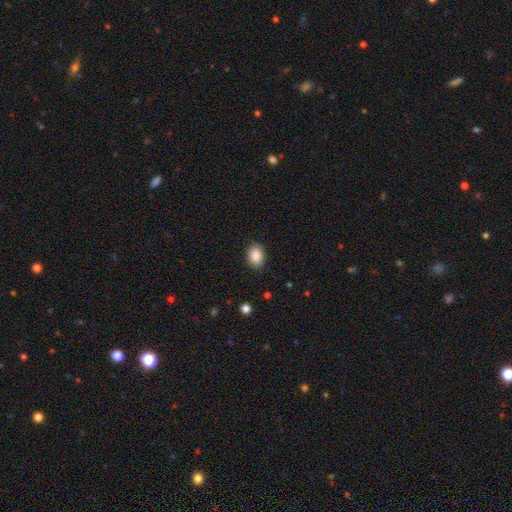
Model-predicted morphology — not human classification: A smooth galaxy with no disk features (88%) that is in between round and cigar-shaped (75%).

Vote fractions:
- Smooth or featured? smooth: 88% / star or artifact: 8% / featured or disk: 4%
- How rounded? in between: 75% / round: 24% / cigar-shaped: 1%
- Merging? none: 87% / minor disturbance: 10% / major disturbance: 2% / merger: 1%